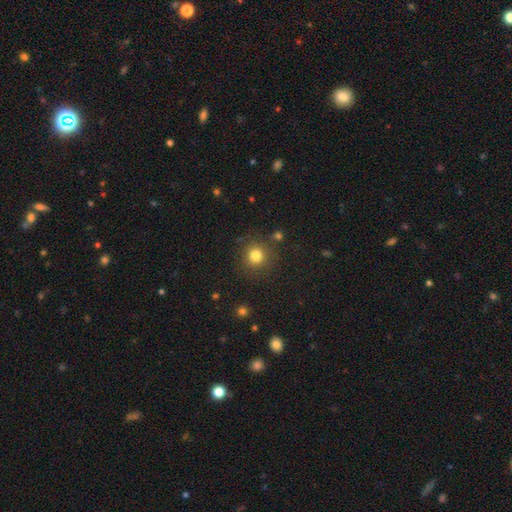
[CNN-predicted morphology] This is clearly a smooth galaxy (81%). How rounded: clearly round (93%). Merging: clearly none (86%).